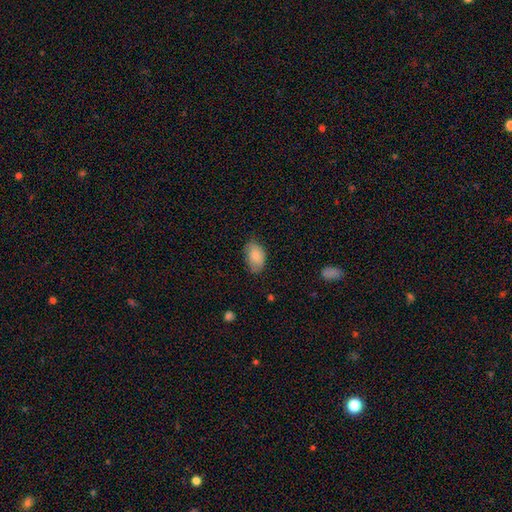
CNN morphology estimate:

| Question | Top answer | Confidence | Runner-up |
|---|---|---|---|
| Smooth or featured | smooth | 81% | featured or disk (12%) |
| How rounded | in between | 89% | round (10%) |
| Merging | none | 71% | minor disturbance (24%) |